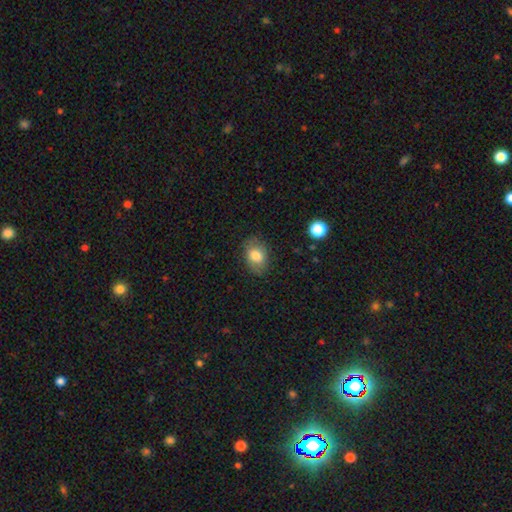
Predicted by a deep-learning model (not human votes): Overall: smooth (77%). How rounded: in between (74%). Merging: none (77%).